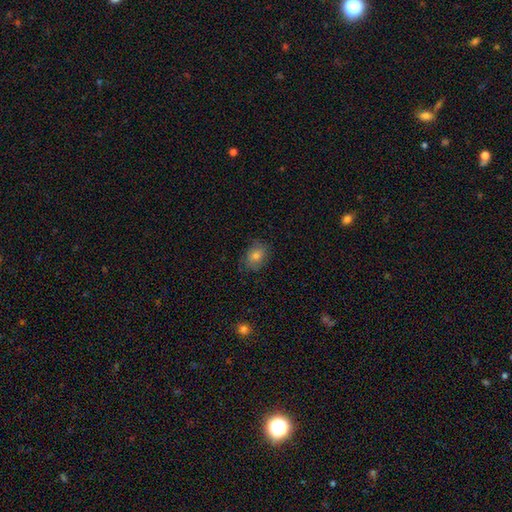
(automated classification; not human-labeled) Overall: smooth (68%). How rounded: in between (58%; round 41%). Merging: none (79%).